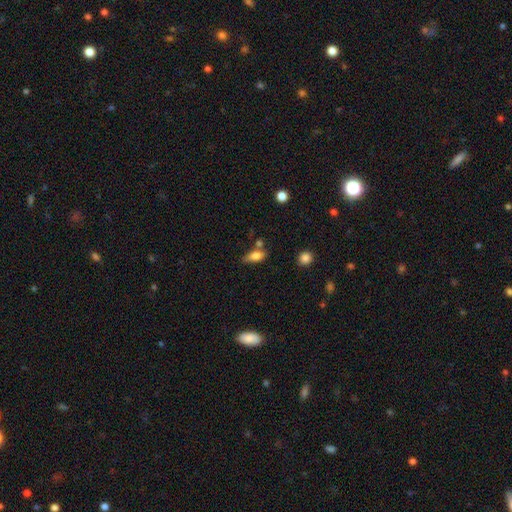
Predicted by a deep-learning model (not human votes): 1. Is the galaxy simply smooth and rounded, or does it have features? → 79% smooth, 12% featured or disk, 9% star or artifact.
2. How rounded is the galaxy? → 82% in between, 13% cigar-shaped, 5% round.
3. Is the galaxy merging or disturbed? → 56% none, 23% minor disturbance, 14% merger, 7% major disturbance.